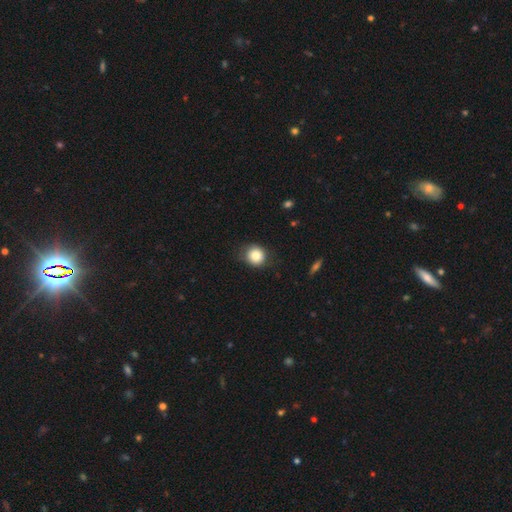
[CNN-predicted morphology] The model was most divided on "merging": none: 75%, minor disturbance: 19%, major disturbance: 5%, merger: 1%. More confident: how rounded — round (84%); smooth or featured — smooth (81%).